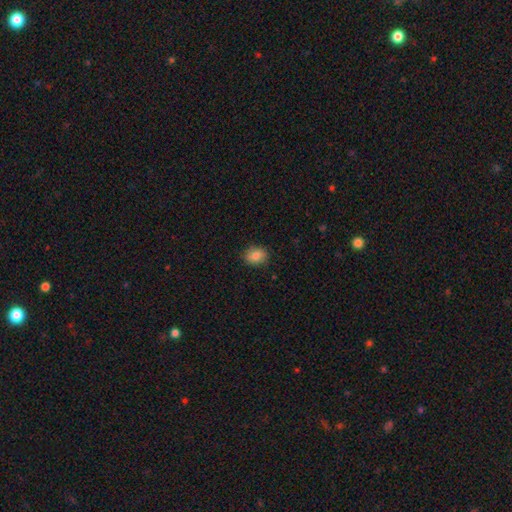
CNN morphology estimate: This is clearly a smooth galaxy (83%). How rounded: possibly round (50%). Merging: clearly none (86%).